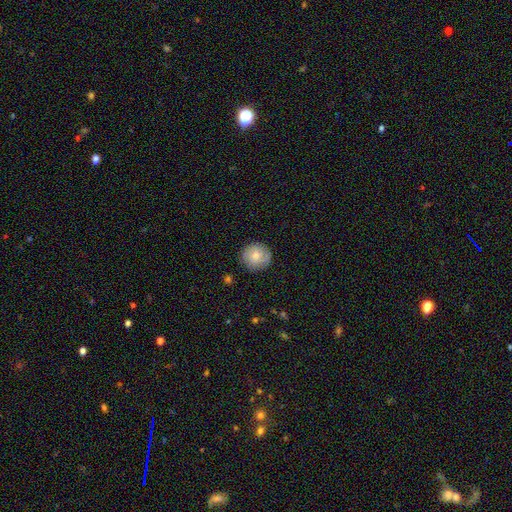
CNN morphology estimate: This appears to be a smooth galaxy with no disk features (75%) that is round (94%). Merging: none (87%).